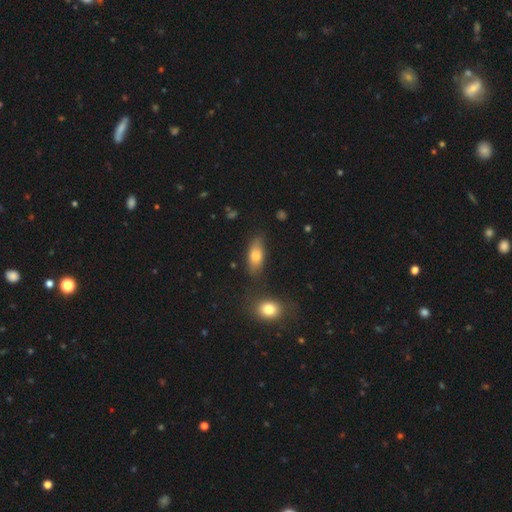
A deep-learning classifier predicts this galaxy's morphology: This is likely a smooth galaxy (74%). How rounded: likely in between (78%). Merging: likely none (72%).